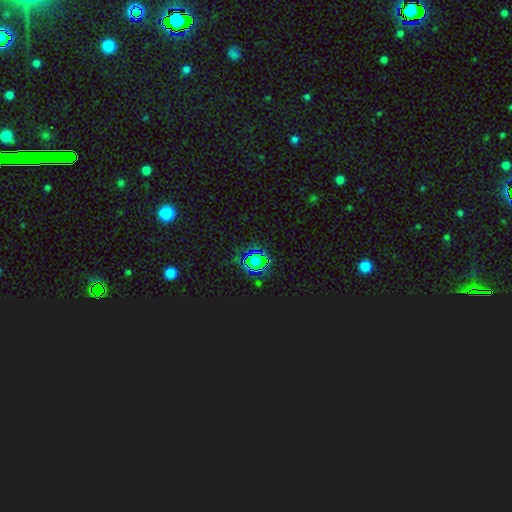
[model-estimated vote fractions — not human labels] Smooth or featured?
  - star or artifact: 66% *
  - smooth: 25%
  - featured or disk: 9%